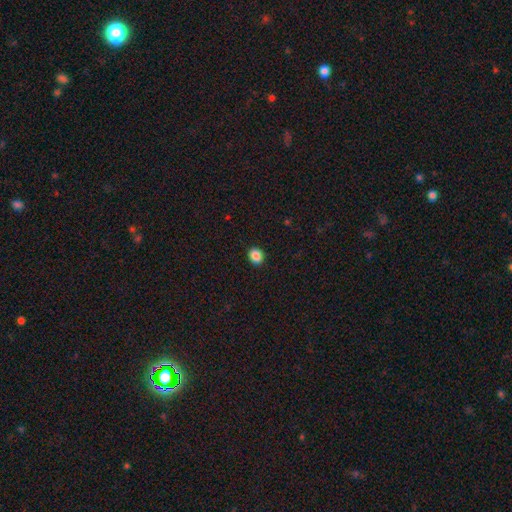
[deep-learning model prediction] A smooth galaxy with no disk features (88%) that is round (54%). Merging: none (91%).